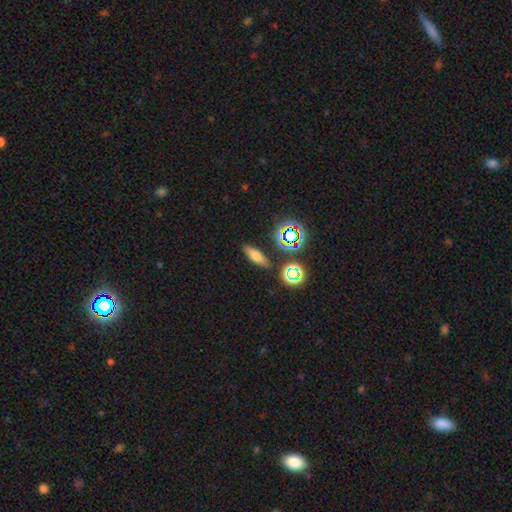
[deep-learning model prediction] Smooth or featured? smooth (64%)
How rounded? in between (55%)
Merging? none (84%)